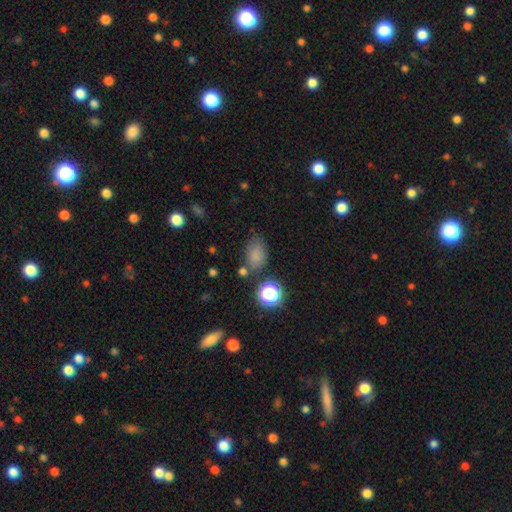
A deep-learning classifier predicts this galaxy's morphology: smooth 76%, star or artifact 17%, featured or disk 7%. Down the decision tree: how rounded — in between (82%); merging — none (66%).